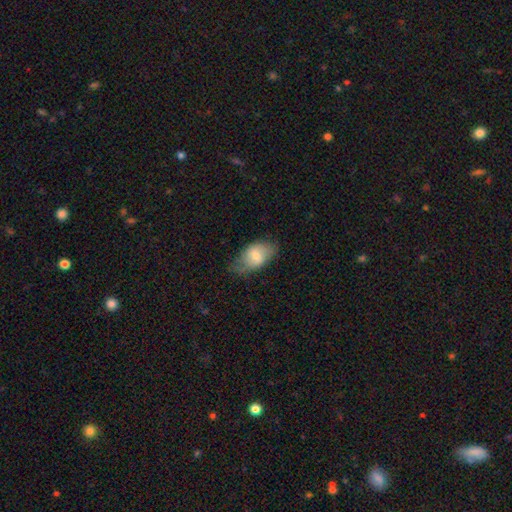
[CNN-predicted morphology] smooth 66%, featured or disk 27%, star or artifact 7%. Down the decision tree: how rounded — in between (89%); merging — none (58%).